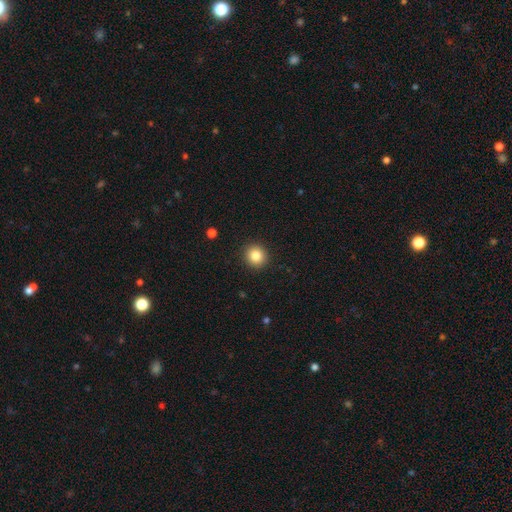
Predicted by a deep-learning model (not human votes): Smooth or featured: smooth — 84% (star or artifact — 10%)
How rounded: round — 91% (in between — 8%)
Merging: none — 92% (minor disturbance — 5%)